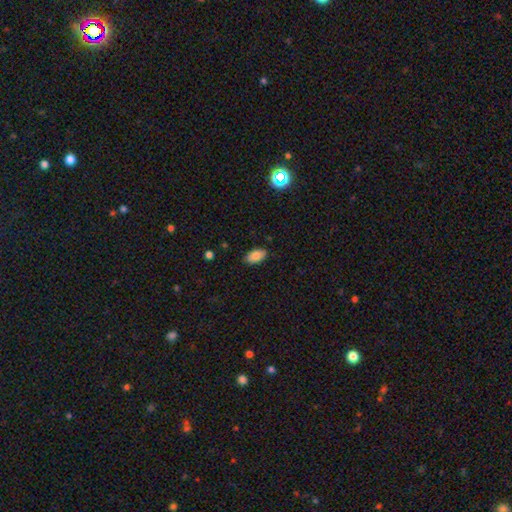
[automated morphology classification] Smooth or featured?
  - smooth: 82% *
  - featured or disk: 9%
  - star or artifact: 8%
How rounded?
  - in between: 94% *
  - round: 4%
  - cigar-shaped: 2%
Merging?
  - none: 86% *
  - minor disturbance: 11%
  - major disturbance: 2%
  - merger: 1%